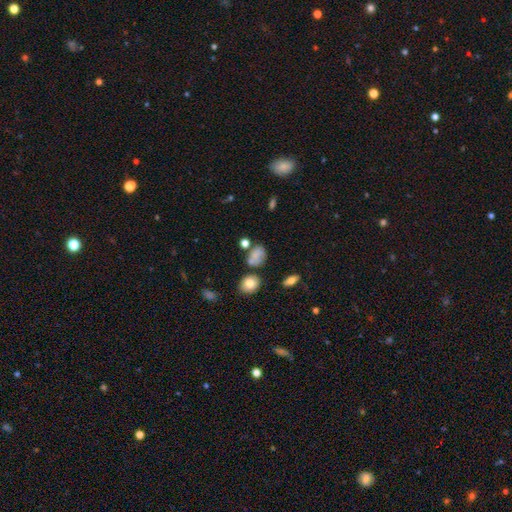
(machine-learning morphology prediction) Smooth or featured: smooth — 72% (featured or disk — 14%)
How rounded: in between — 62% (round — 36%)
Merging: none — 48% (minor disturbance — 22%)